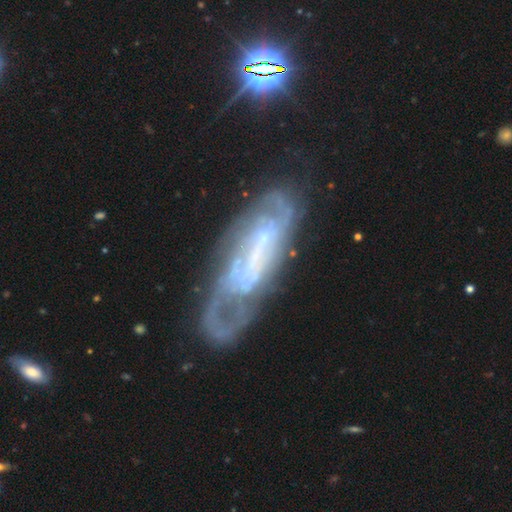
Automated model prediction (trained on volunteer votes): Morphology: type=featured or disk (77%); edge-on=no (85%); bar=weak (34%, tied with strong); spiral arms=yes (83%); winding=tight (50%); arm count=can't tell (45%); bulge=none (46%); merging=none (54%).